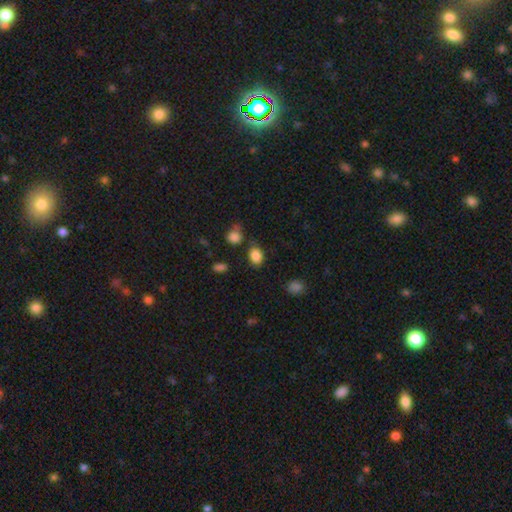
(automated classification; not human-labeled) The model was most divided on "how rounded": in between: 66%, round: 33%, cigar-shaped: 1%. More confident: smooth or featured — smooth (85%); merging — none (73%).